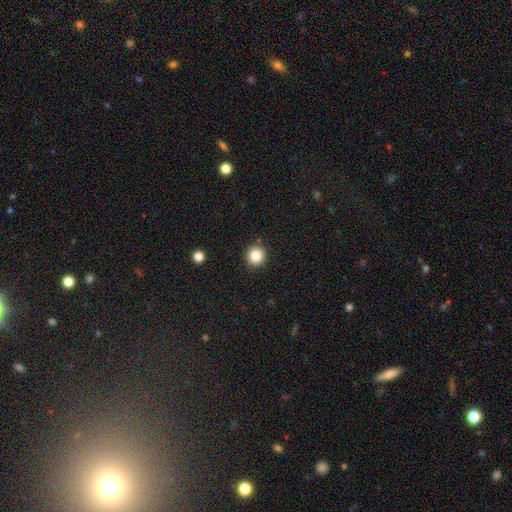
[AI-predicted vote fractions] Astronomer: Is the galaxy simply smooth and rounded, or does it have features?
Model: smooth — 84%.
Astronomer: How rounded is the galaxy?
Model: round — 93%.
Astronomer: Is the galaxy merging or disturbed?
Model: none — 91%.